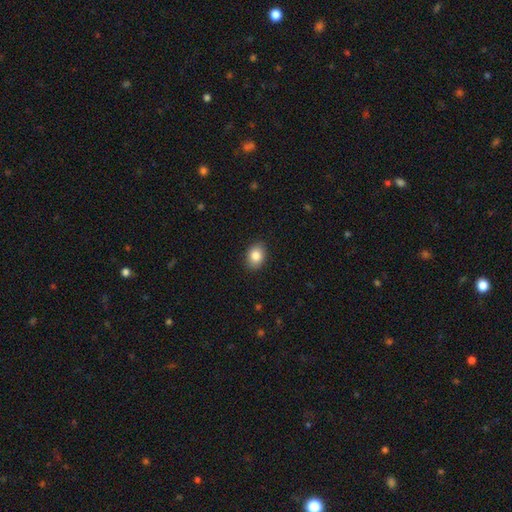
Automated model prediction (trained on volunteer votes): A smooth galaxy with no disk features (84%) that is in between round and cigar-shaped (72%).

Vote fractions:
- Smooth or featured? smooth: 84% / star or artifact: 8% / featured or disk: 7%
- How rounded? in between: 72% / round: 27% / cigar-shaped: 1%
- Merging? none: 89% / minor disturbance: 8% / major disturbance: 2% / merger: 1%